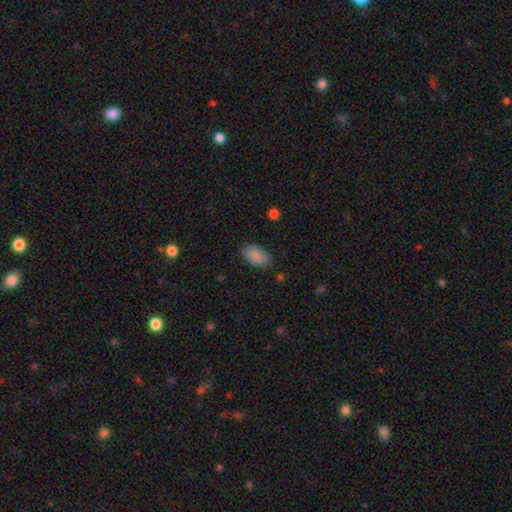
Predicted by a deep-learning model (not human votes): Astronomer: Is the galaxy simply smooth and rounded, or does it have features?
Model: smooth — 88%.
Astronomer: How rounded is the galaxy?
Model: in between — 92%.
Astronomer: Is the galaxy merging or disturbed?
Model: none — 81%.